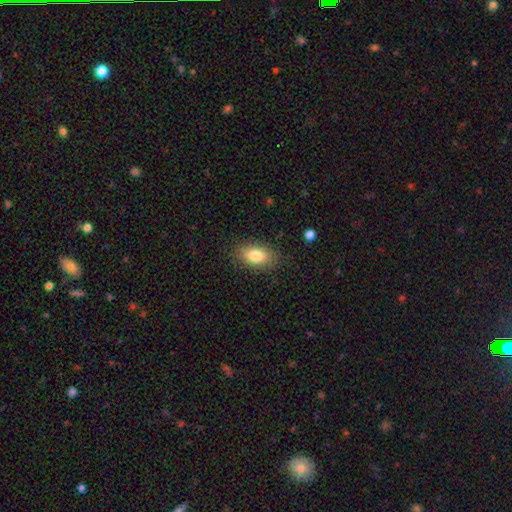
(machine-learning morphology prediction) smooth_or_featured: smooth (p=0.82) [alt: featured or disk p=0.11]
how_rounded: in between (p=0.89) [alt: round p=0.08]
merging: none (p=0.84) [alt: minor disturbance p=0.11]